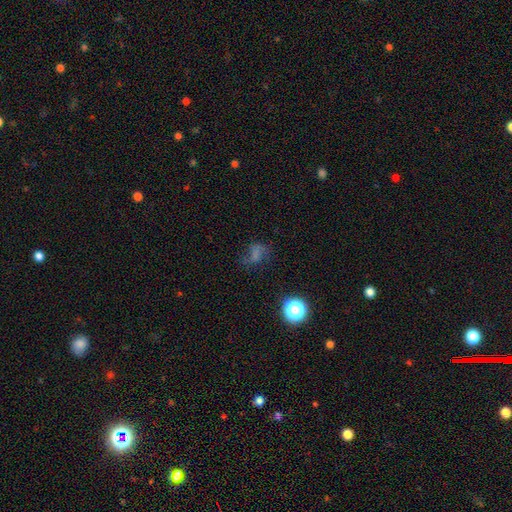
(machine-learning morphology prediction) Overall: smooth (40%; star or artifact 31%). Merging: none (56%; minor disturbance 20%).